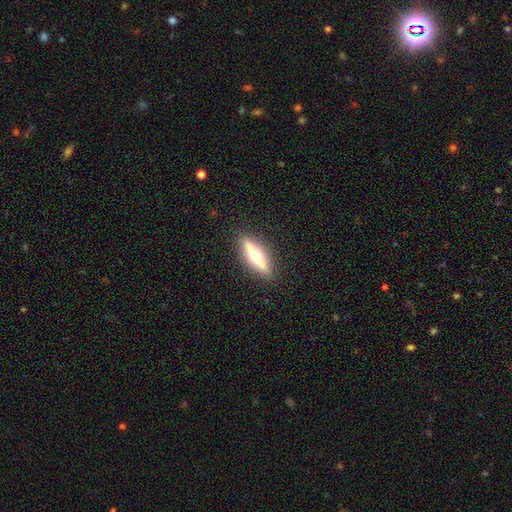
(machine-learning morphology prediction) Smooth or featured? featured or disk (62%)
Edge-on disk? yes (94%)
Edge-on bulge? rounded (93%)
Merging? none (90%)